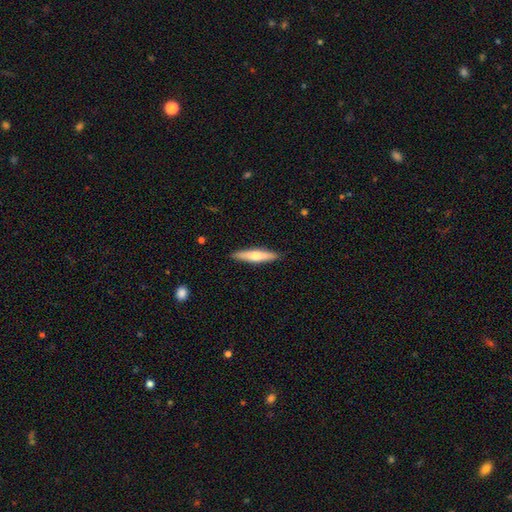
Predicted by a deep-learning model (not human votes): This is possibly a smooth galaxy (57%). How rounded: clearly cigar-shaped (84%). Merging: clearly none (90%).